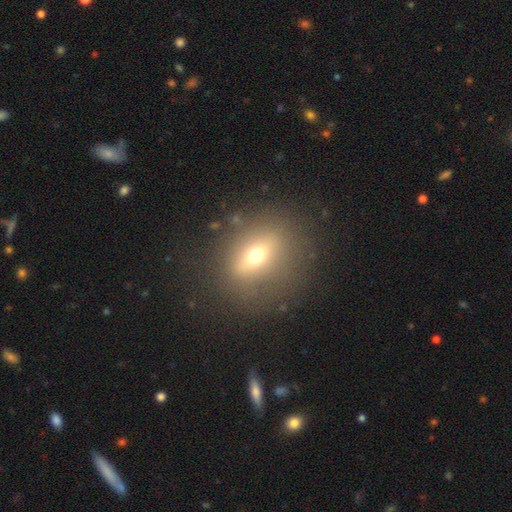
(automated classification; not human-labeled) A smooth galaxy with no disk features (57%) that is round (50%).

Vote fractions:
- Smooth or featured? smooth: 57% / featured or disk: 27% / star or artifact: 16%
- How rounded? round: 50% / in between: 45% / cigar-shaped: 4%
- Merging? none: 79% / minor disturbance: 12% / major disturbance: 8% / merger: 2%